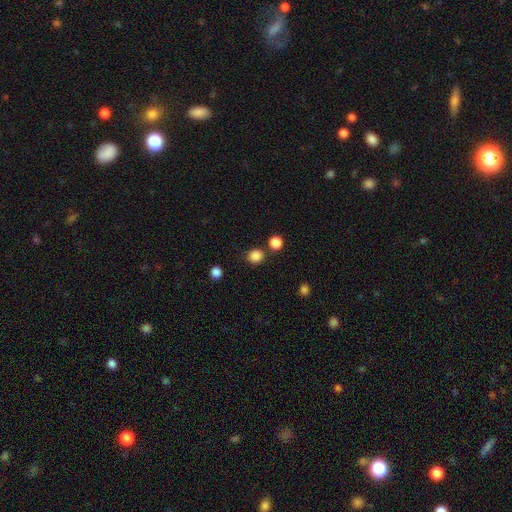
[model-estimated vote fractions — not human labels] This appears to be a smooth galaxy with no disk features (85%) that is round (85%). Merging: none (82%).